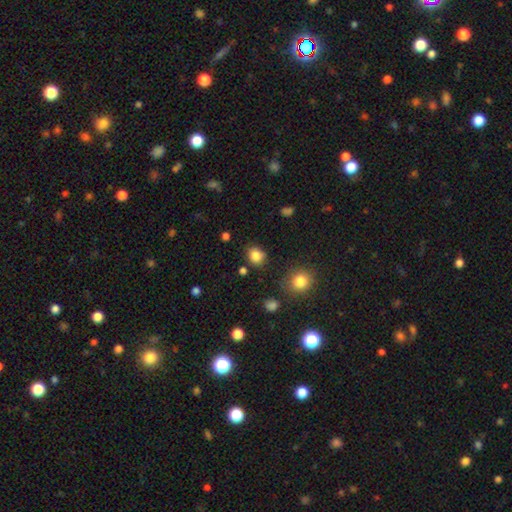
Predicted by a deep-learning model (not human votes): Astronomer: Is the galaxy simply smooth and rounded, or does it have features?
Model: smooth — 85%.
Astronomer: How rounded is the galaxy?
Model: round — 71%.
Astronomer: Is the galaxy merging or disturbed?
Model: none — 82%.